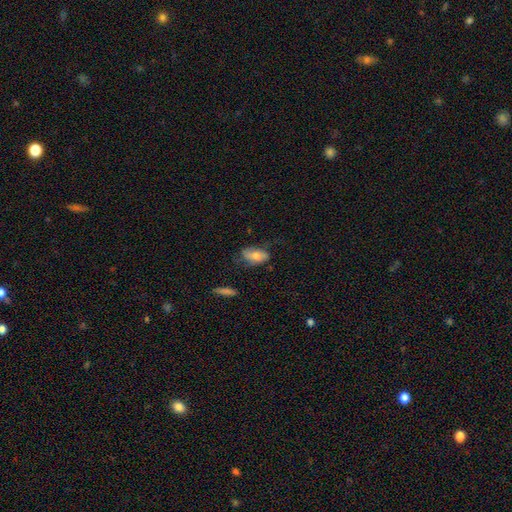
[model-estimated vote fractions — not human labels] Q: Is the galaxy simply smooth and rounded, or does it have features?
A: smooth — 68%.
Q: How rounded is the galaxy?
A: in between — 90%.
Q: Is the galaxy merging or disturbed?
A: none — 51%.